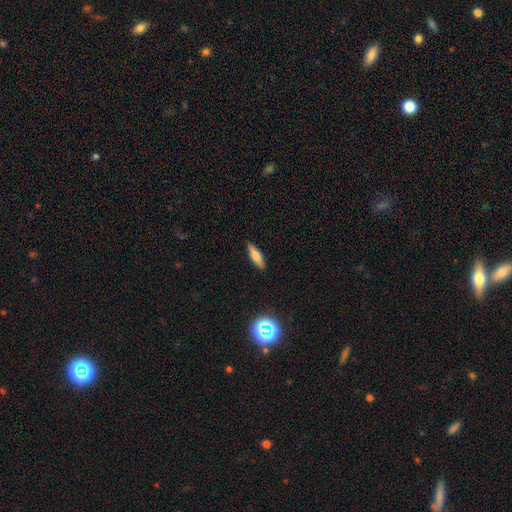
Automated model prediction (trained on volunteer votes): Q: Smooth or featured?
A: smooth (68%); runner-up: featured or disk (23%)
Q: How rounded?
A: cigar-shaped (55%); runner-up: in between (43%)
Q: Merging?
A: none (88%); runner-up: minor disturbance (9%)